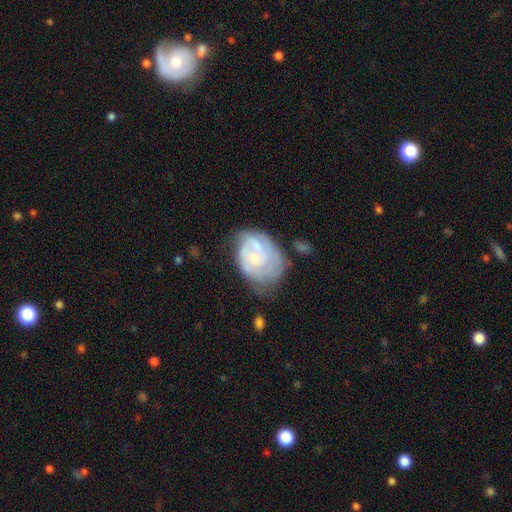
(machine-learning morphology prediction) featured or disk 69%, smooth 25%, star or artifact 6%. Down the decision tree: edge-on disk — no (98%); bar — no (67%); spiral arms — yes (81%); spiral arm count — can't tell (40%); spiral winding — tight (55%); bulge size — small (56%); merging — none (43%).